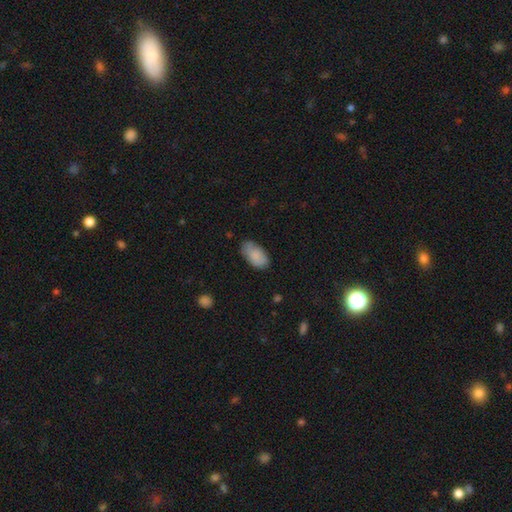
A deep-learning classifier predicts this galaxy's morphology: smooth-or-featured: smooth: 84% | featured or disk: 9% | star or artifact: 6%
  how-rounded: in between: 95% | round: 3% | cigar-shaped: 2%
  merging: none: 71% | minor disturbance: 23% | major disturbance: 4% | merger: 1%